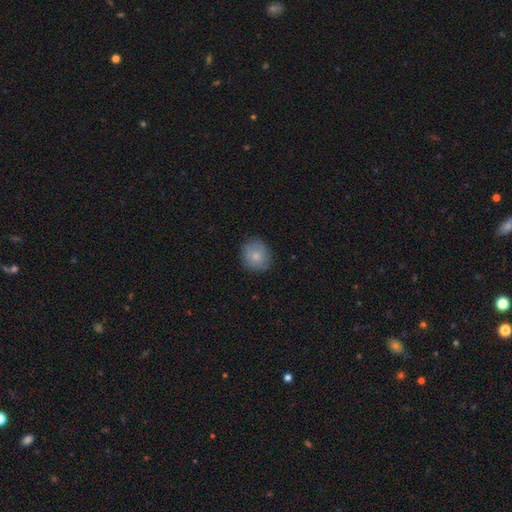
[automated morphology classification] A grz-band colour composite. It shows a smooth galaxy with no disk features (79%) that is round (79%). Merging: none (82%).